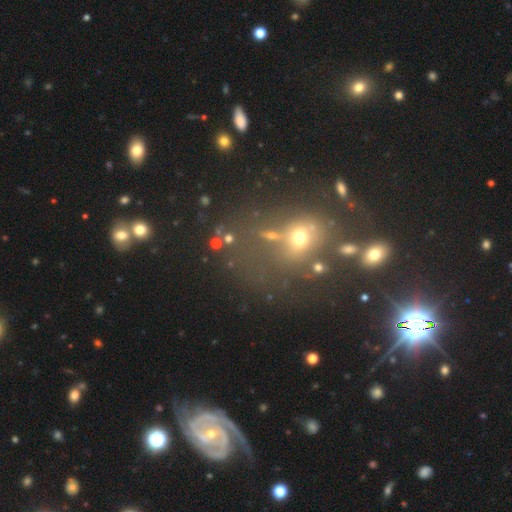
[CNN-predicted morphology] Smooth or featured? Predicted: star or artifact (p=0.36, tied with smooth).